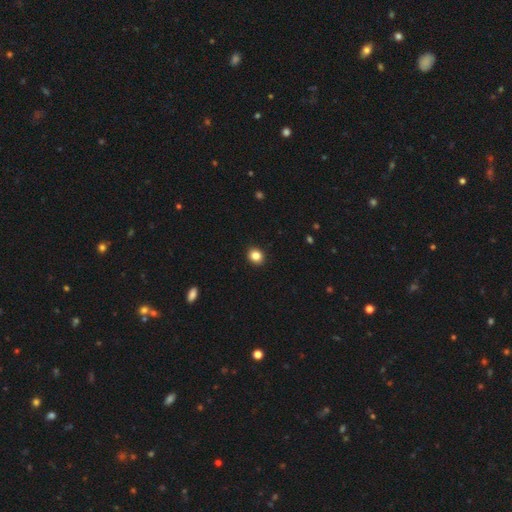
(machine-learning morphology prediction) The model was most divided on "how rounded": round: 73%, in between: 26%, cigar-shaped: 1%. More confident: merging — none (92%); smooth or featured — smooth (85%).